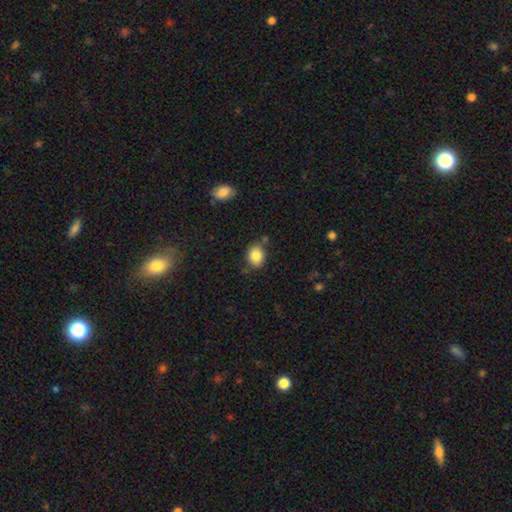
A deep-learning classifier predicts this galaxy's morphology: smooth-or-featured: smooth: 84% | star or artifact: 9% | featured or disk: 7%
  how-rounded: in between: 53% | round: 46% | cigar-shaped: 1%
  merging: none: 76% | minor disturbance: 15% | merger: 6% | major disturbance: 3%